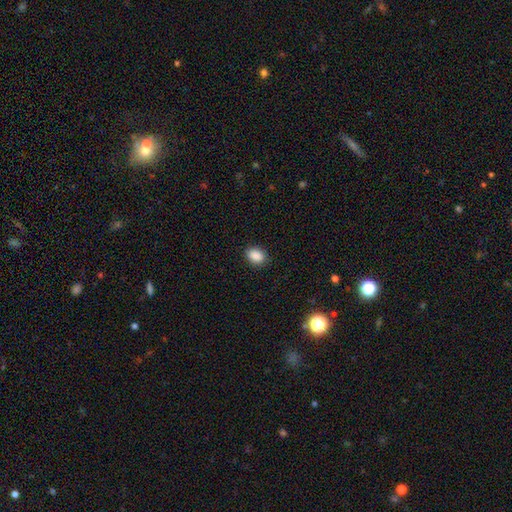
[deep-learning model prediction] Smooth or featured?
  - smooth: 89% *
  - star or artifact: 8%
  - featured or disk: 3%
How rounded?
  - in between: 69% *
  - round: 30%
  - cigar-shaped: 1%
Merging?
  - none: 88% *
  - minor disturbance: 9%
  - major disturbance: 2%
  - merger: 1%